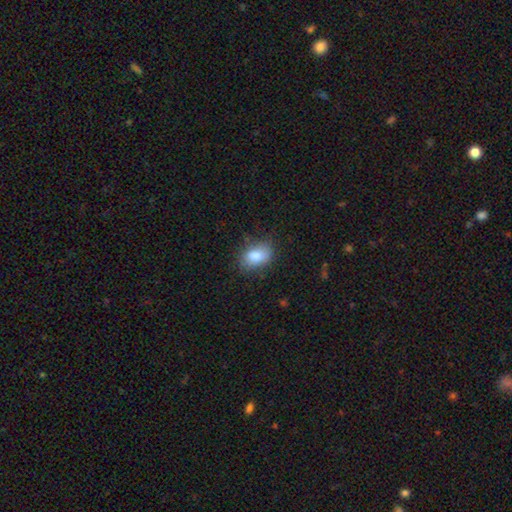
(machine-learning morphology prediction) Smooth or featured?
  - smooth: 85% *
  - featured or disk: 8%
  - star or artifact: 7%
How rounded?
  - in between: 86% *
  - round: 13%
  - cigar-shaped: 1%
Merging?
  - none: 73% *
  - minor disturbance: 20%
  - major disturbance: 5%
  - merger: 1%